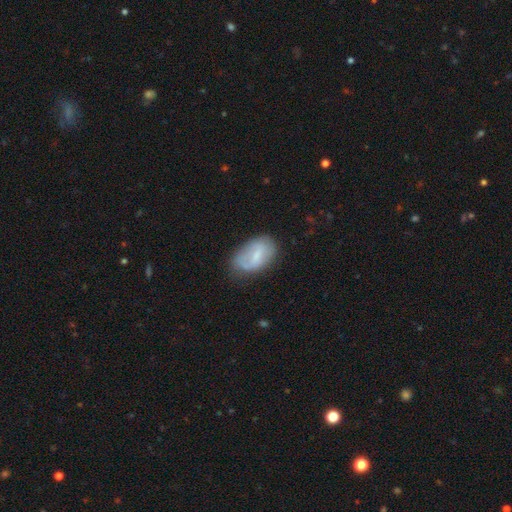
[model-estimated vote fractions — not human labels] Smooth or featured: smooth — 57% (featured or disk — 35%)
How rounded: in between — 92% (round — 6%)
Merging: none — 54% (minor disturbance — 33%)